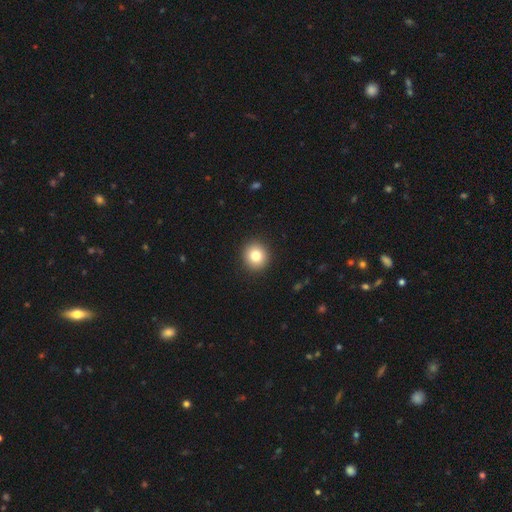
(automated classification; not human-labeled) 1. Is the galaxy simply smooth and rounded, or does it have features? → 82% smooth, 10% star or artifact, 8% featured or disk.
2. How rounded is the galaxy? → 90% round, 9% in between, 1% cigar-shaped.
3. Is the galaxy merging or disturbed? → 93% none, 5% minor disturbance, 2% major disturbance, 1% merger.